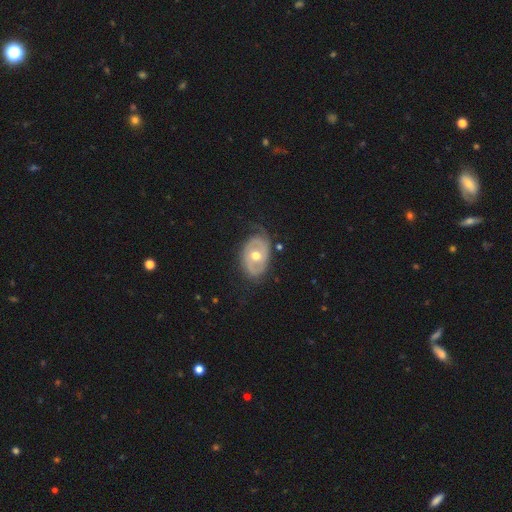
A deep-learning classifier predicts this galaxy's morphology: Q: Smooth or featured?
A: featured or disk (74%); runner-up: smooth (21%)
Q: Edge-on disk?
A: no (95%); runner-up: yes (5%)
Q: Bar?
A: no (69%); runner-up: weak (23%)
Q: Spiral arms?
A: yes (66%); runner-up: no (34%)
Q: Bulge size?
A: moderate (81%); runner-up: small (10%)
Q: Merging?
A: none (58%); runner-up: minor disturbance (25%)